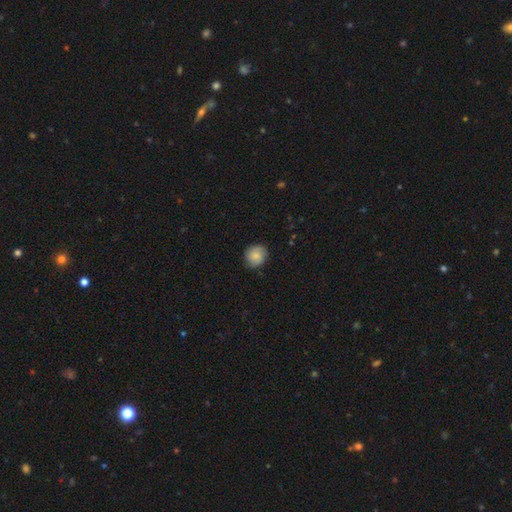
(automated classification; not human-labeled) Q: Smooth or featured?
A: smooth (78%); runner-up: featured or disk (14%)
Q: How rounded?
A: round (82%); runner-up: in between (17%)
Q: Merging?
A: none (82%); runner-up: minor disturbance (14%)